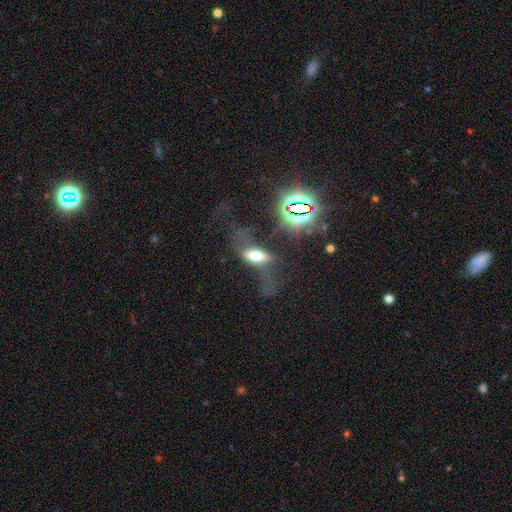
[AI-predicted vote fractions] The model was most divided on "merging": major disturbance: 40%, none: 35%, minor disturbance: 18%, merger: 6%. Remaining: smooth or featured — smooth (46%).